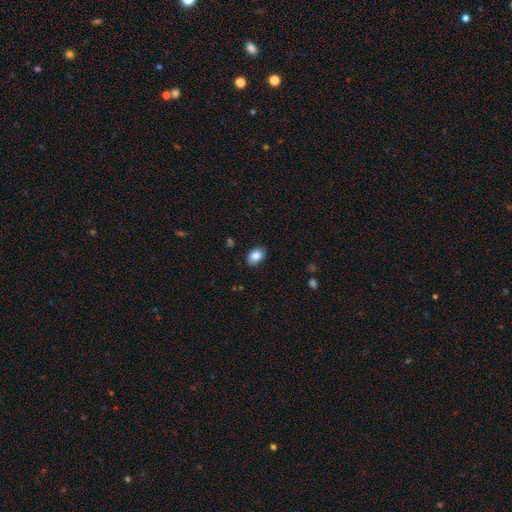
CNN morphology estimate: Smooth or featured? Predicted: smooth (p=0.85). How rounded? Predicted: in between (p=0.84). Merging? Predicted: none (p=0.86).